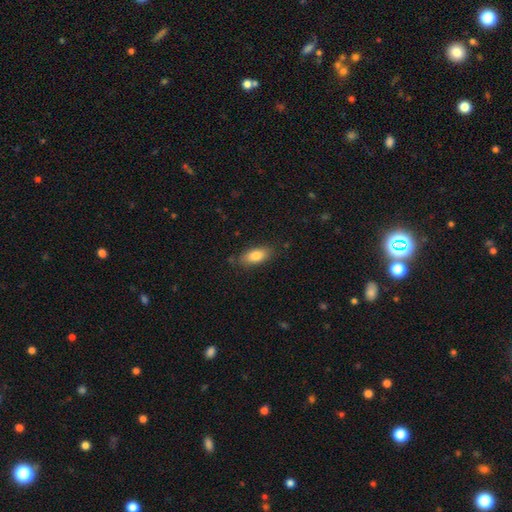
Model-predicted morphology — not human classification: A smooth galaxy with no disk features (83%) that is in between round and cigar-shaped (87%). Merging: none (82%).